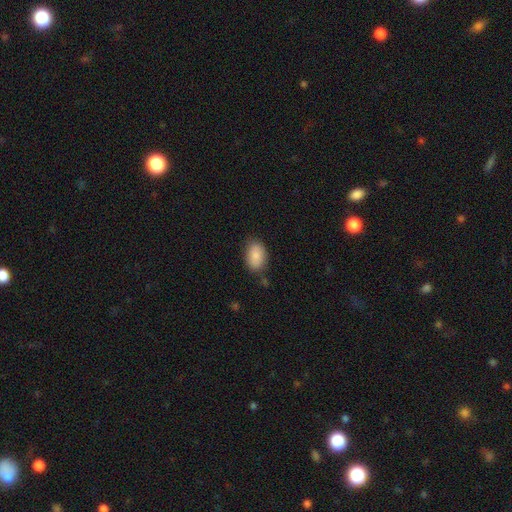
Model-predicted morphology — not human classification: type=smooth (87%); roundness=in between (89%); merging=none (80%).